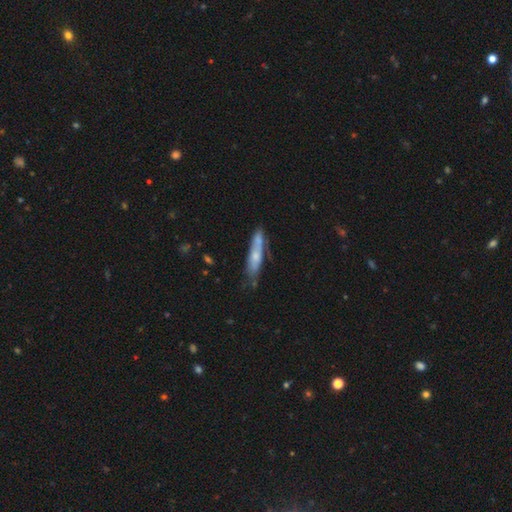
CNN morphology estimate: A smooth galaxy with no disk features (60%) that is cigar-shaped (75%). Merging: none (51%).